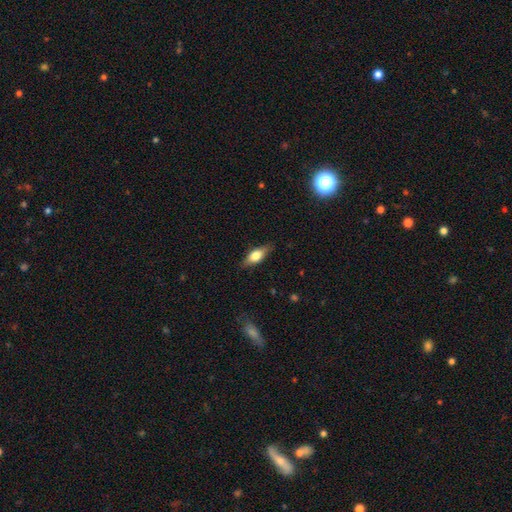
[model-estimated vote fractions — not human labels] Smooth or featured: smooth — 62% (featured or disk — 32%)
How rounded: in between — 73% (cigar-shaped — 23%)
Merging: none — 82% (minor disturbance — 14%)